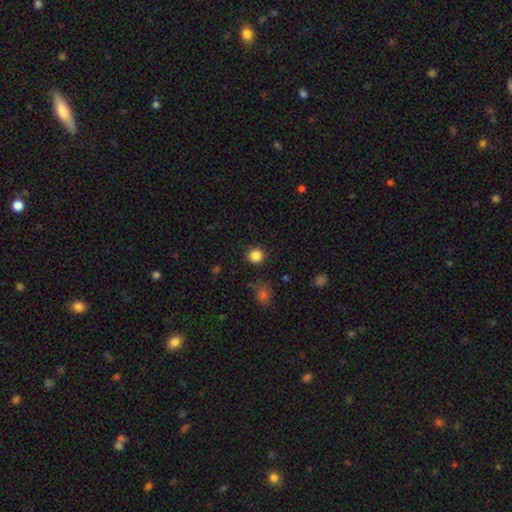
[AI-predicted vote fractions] smooth_or_featured: smooth (p=0.85) [alt: star or artifact p=0.11]
how_rounded: round (p=0.90) [alt: in between p=0.09]
merging: none (p=0.88) [alt: minor disturbance p=0.07]